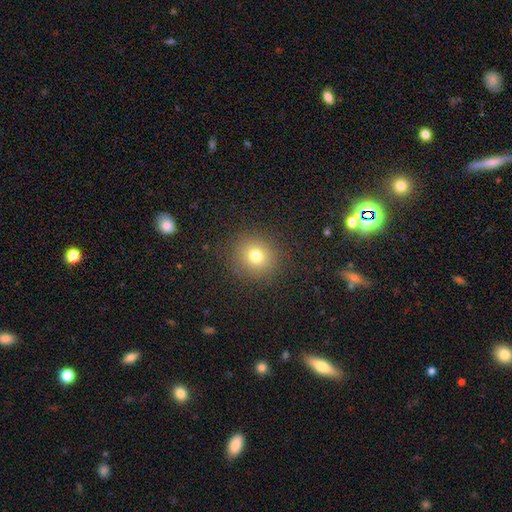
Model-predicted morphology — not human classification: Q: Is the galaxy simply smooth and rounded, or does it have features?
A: smooth — 75%.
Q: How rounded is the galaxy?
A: round — 88%.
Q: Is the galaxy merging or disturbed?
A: none — 89%.